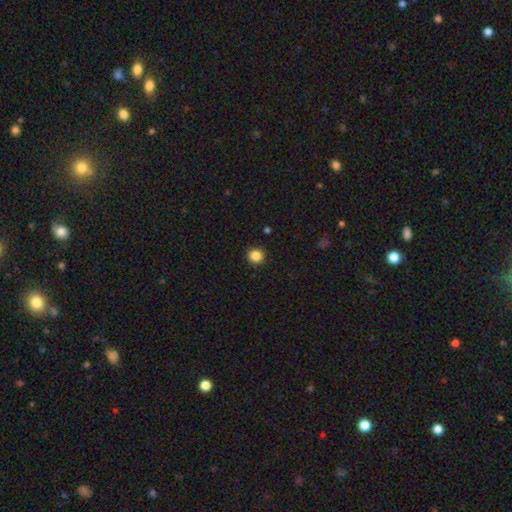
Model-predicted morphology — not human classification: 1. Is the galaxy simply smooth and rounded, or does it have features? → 85% smooth, 11% star or artifact, 4% featured or disk.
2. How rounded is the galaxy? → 94% round, 5% in between, 1% cigar-shaped.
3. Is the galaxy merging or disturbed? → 93% none, 5% minor disturbance, 2% major disturbance, 1% merger.